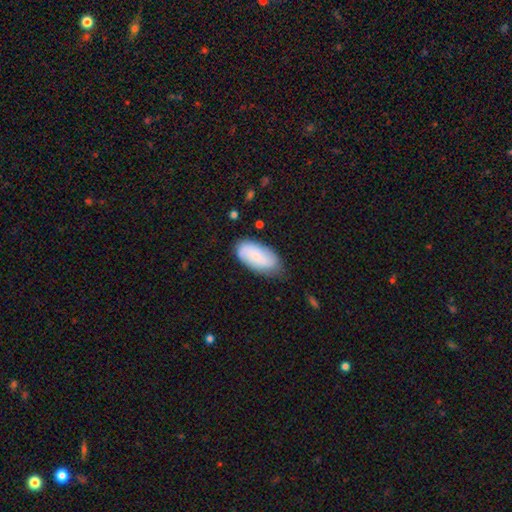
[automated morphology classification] smooth_or_featured: smooth (p=0.68) [alt: featured or disk p=0.26]
how_rounded: in between (p=0.93) [alt: cigar-shaped p=0.04]
merging: none (p=0.70) [alt: minor disturbance p=0.23]